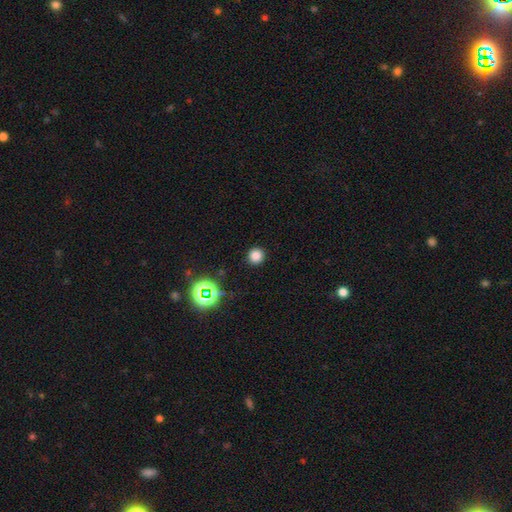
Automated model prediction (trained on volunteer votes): The model was most divided on "smooth or featured": smooth: 78%, star or artifact: 17%, featured or disk: 4%. More confident: how rounded — round (92%); merging — none (91%).